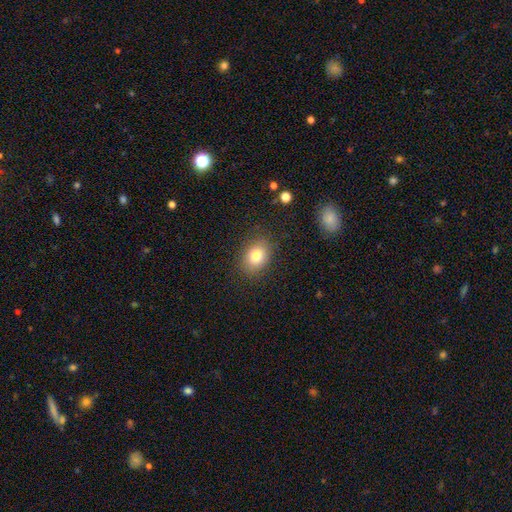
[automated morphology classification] Smooth or featured? Predicted: smooth (p=0.79). How rounded? Predicted: in between (p=0.61). Merging? Predicted: none (p=0.85).